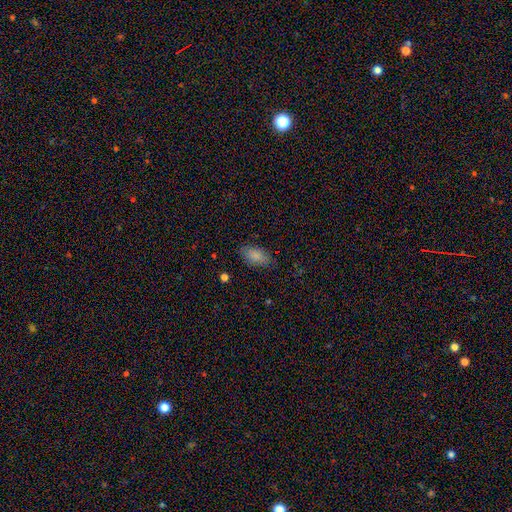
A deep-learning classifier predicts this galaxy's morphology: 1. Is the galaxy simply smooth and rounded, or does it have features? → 85% smooth, 8% star or artifact, 7% featured or disk.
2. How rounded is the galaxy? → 93% in between, 4% round, 4% cigar-shaped.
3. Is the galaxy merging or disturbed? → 83% none, 13% minor disturbance, 3% major disturbance, 1% merger.